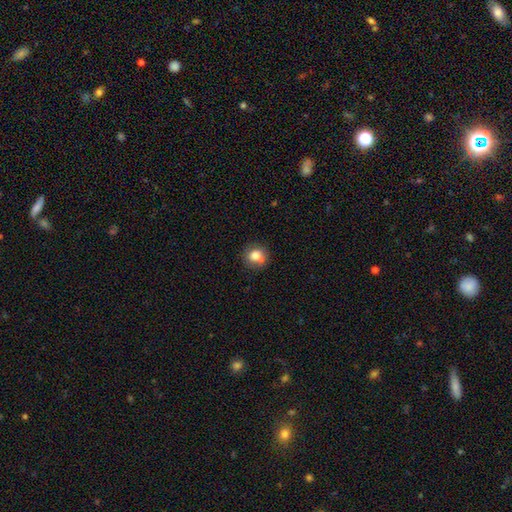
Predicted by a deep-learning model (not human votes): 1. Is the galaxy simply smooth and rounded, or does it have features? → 81% smooth, 10% star or artifact, 9% featured or disk.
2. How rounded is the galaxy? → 76% round, 23% in between, 1% cigar-shaped.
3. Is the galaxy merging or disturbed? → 76% none, 17% minor disturbance, 4% major disturbance, 3% merger.